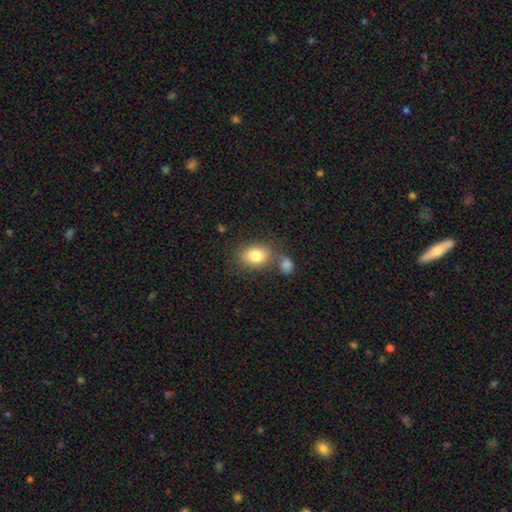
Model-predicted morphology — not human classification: A smooth galaxy with no disk features (81%) that is in between round and cigar-shaped (62%).

Vote fractions:
- Smooth or featured? smooth: 81% / featured or disk: 10% / star or artifact: 9%
- How rounded? in between: 62% / round: 37% / cigar-shaped: 1%
- Merging? none: 64% / merger: 17% / minor disturbance: 14% / major disturbance: 5%